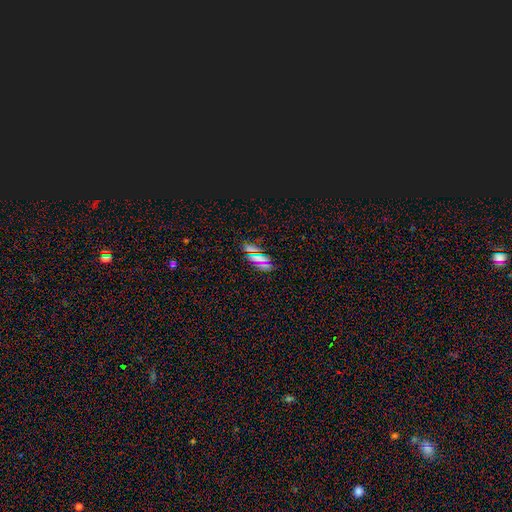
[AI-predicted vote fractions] A smooth galaxy with no disk features (65%) that is in between round and cigar-shaped (75%). Merging: none (80%).